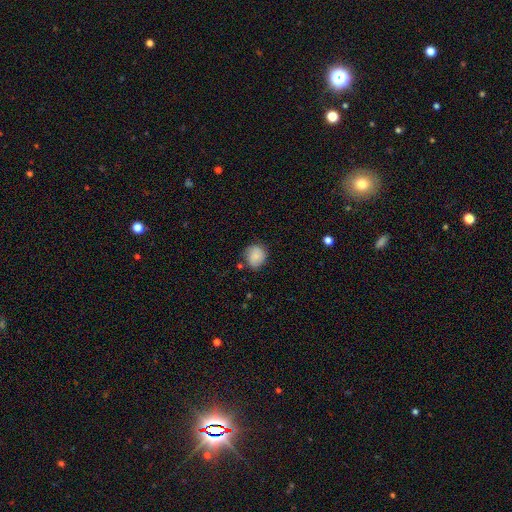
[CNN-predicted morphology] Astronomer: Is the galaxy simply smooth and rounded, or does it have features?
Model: smooth — 78%.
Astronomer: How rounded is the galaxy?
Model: round — 77%.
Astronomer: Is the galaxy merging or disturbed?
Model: none — 69%.